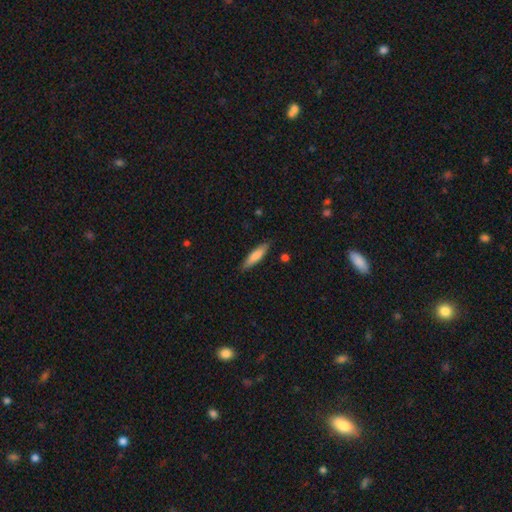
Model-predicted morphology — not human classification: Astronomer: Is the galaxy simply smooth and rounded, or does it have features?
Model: smooth — 76%.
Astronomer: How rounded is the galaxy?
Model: cigar-shaped — 75%.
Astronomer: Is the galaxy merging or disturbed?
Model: none — 86%.